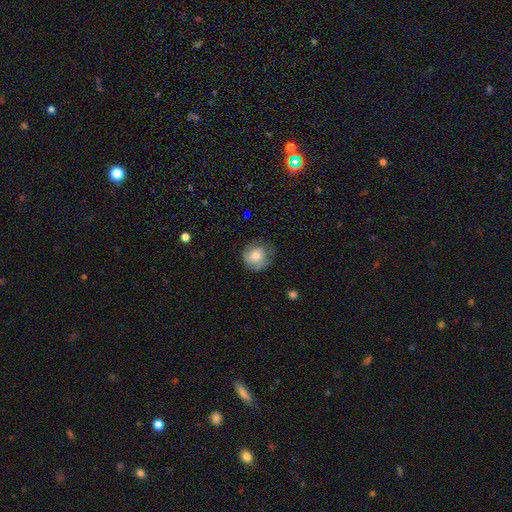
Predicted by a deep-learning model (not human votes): A smooth galaxy with no disk features (67%) that is round (85%). Merging: none (68%).